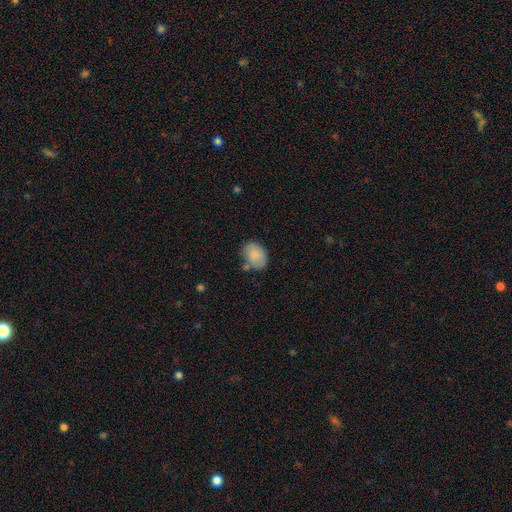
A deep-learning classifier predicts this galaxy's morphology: Q: Smooth or featured?
A: smooth (86%); runner-up: featured or disk (8%)
Q: How rounded?
A: in between (76%); runner-up: round (23%)
Q: Merging?
A: none (64%); runner-up: minor disturbance (21%)